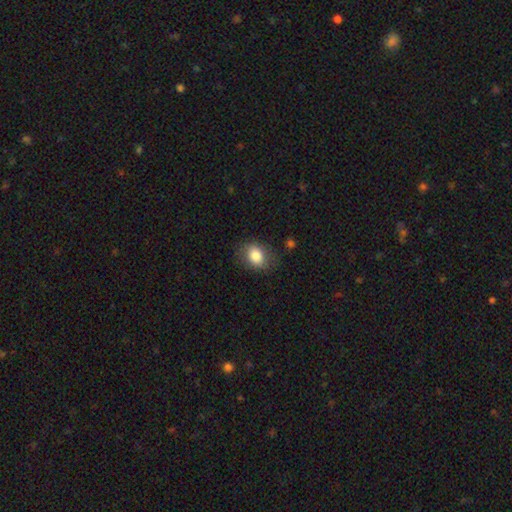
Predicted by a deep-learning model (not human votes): smooth 83%, featured or disk 9%, star or artifact 9%. Down the decision tree: how rounded — in between (63%); merging — none (75%).